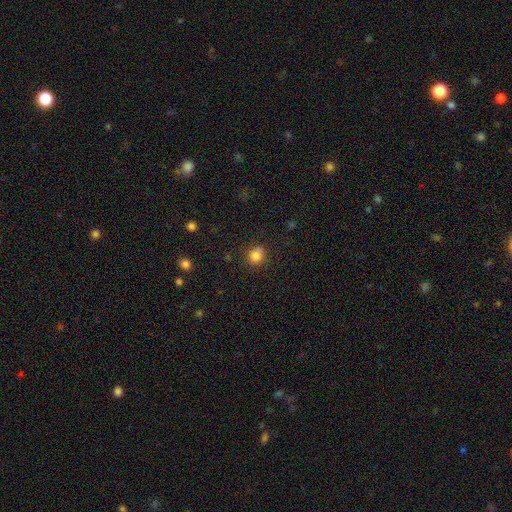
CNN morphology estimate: The model was most divided on "merging": none: 70%, minor disturbance: 17%, merger: 8%, major disturbance: 5%. More confident: smooth or featured — smooth (82%); how rounded — round (78%).